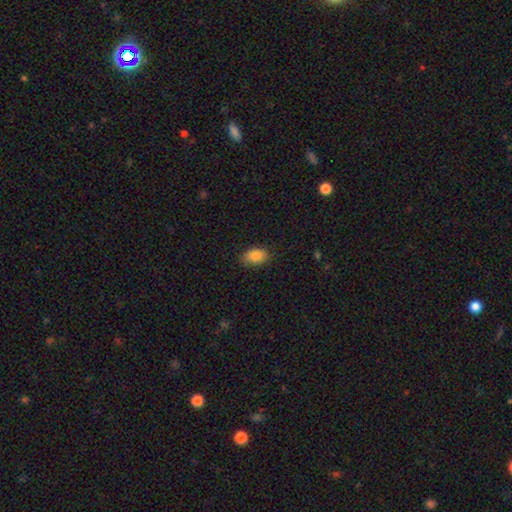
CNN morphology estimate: A smooth galaxy with no disk features (84%) that is in between round and cigar-shaped (83%).

Vote fractions:
- Smooth or featured? smooth: 84% / featured or disk: 8% / star or artifact: 8%
- How rounded? in between: 83% / round: 16% / cigar-shaped: 1%
- Merging? none: 79% / minor disturbance: 17% / major disturbance: 3% / merger: 1%